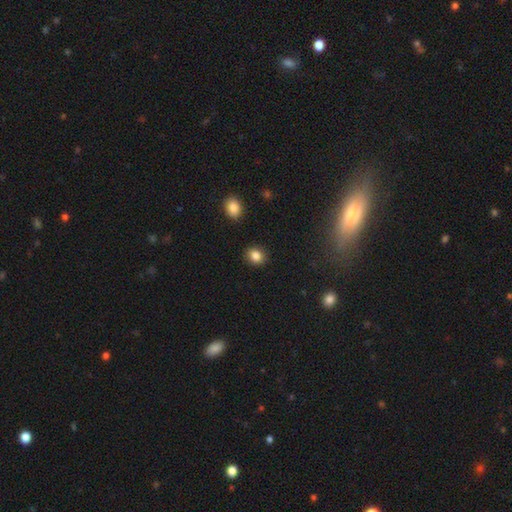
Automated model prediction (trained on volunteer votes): smooth 85%, star or artifact 10%, featured or disk 5%. Down the decision tree: how rounded — round (63%); merging — none (89%).